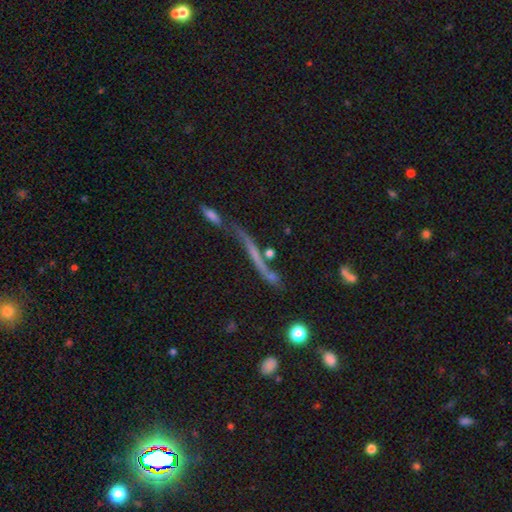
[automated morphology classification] This appears to be a featured or disk galaxy (54%) viewed edge-on (63%). Merging: none (36%).